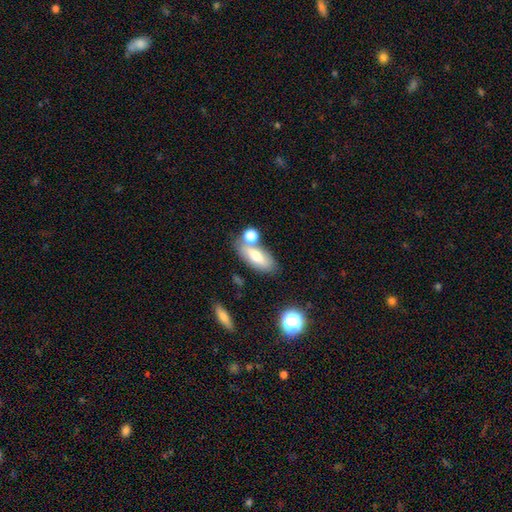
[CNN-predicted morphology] Smooth or featured? Predicted: smooth (p=0.65). How rounded? Predicted: in between (p=0.75). Merging? Predicted: none (p=0.62).